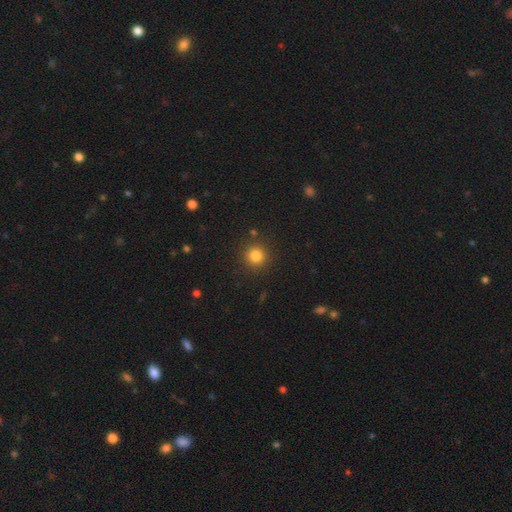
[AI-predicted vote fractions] This is clearly a smooth galaxy (83%). How rounded: clearly round (94%). Merging: clearly none (90%).